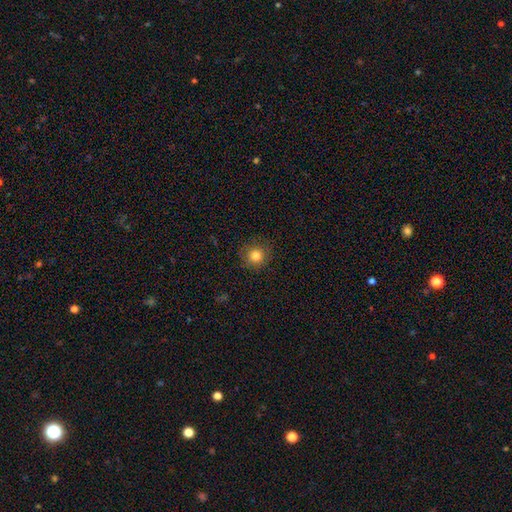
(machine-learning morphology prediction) Smooth or featured?
  - smooth: 81% *
  - star or artifact: 12%
  - featured or disk: 7%
How rounded?
  - round: 92% *
  - in between: 7%
  - cigar-shaped: 1%
Merging?
  - none: 87% *
  - minor disturbance: 9%
  - major disturbance: 3%
  - merger: 1%